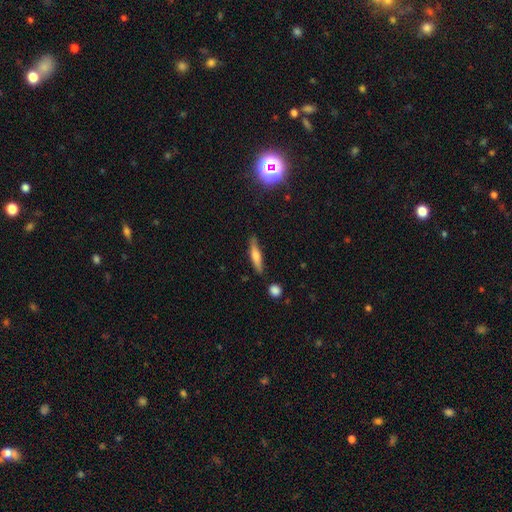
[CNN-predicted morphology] This appears to be a smooth galaxy with no disk features (54%) that is cigar-shaped (81%). Merging: none (81%).